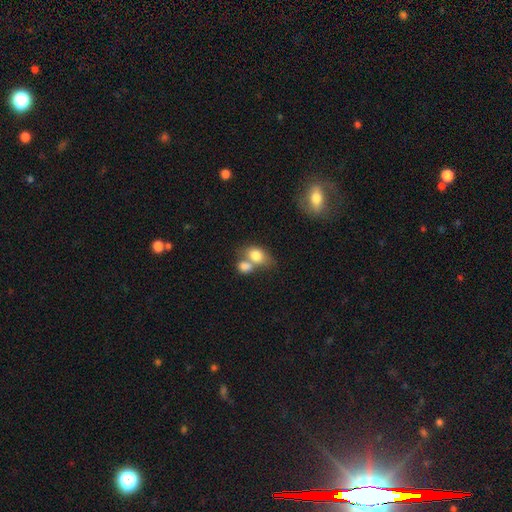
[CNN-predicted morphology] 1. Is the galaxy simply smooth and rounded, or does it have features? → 79% smooth, 13% featured or disk, 8% star or artifact.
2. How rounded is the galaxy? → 69% in between, 29% round, 2% cigar-shaped.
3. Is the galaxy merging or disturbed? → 60% merger, 26% none, 9% minor disturbance, 5% major disturbance.